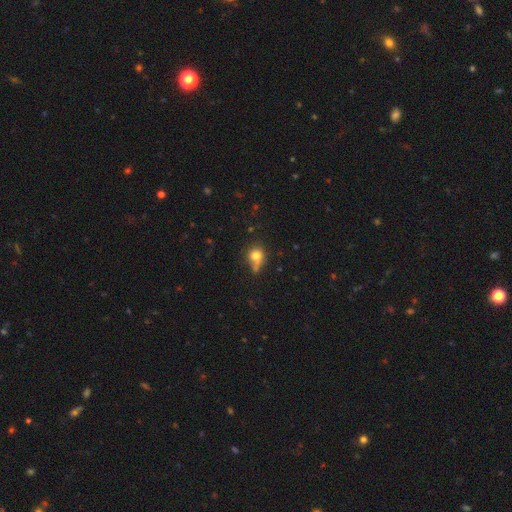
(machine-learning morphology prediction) This is likely a smooth galaxy (76%). How rounded: likely round (73%). Merging: possibly none (47%).